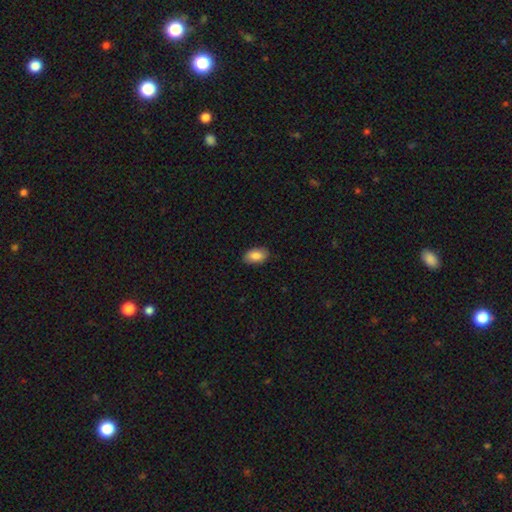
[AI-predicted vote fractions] smooth_or_featured: smooth (p=0.86) [alt: star or artifact p=0.07]
how_rounded: in between (p=0.92) [alt: round p=0.06]
merging: none (p=0.88) [alt: minor disturbance p=0.09]